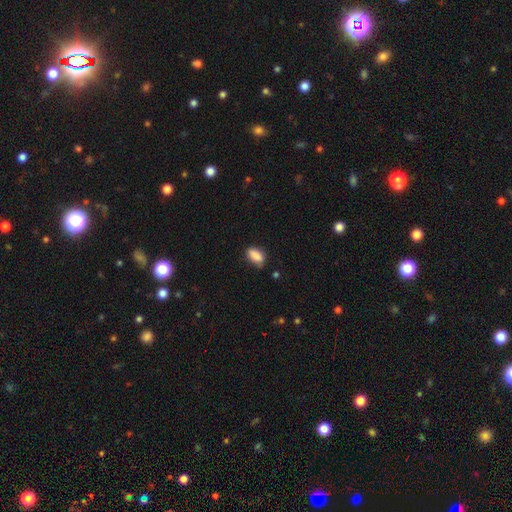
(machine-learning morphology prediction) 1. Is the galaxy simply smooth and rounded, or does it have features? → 88% smooth, 8% star or artifact, 5% featured or disk.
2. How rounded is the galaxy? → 90% in between, 6% round, 5% cigar-shaped.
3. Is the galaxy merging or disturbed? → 70% none, 24% minor disturbance, 4% major disturbance, 2% merger.